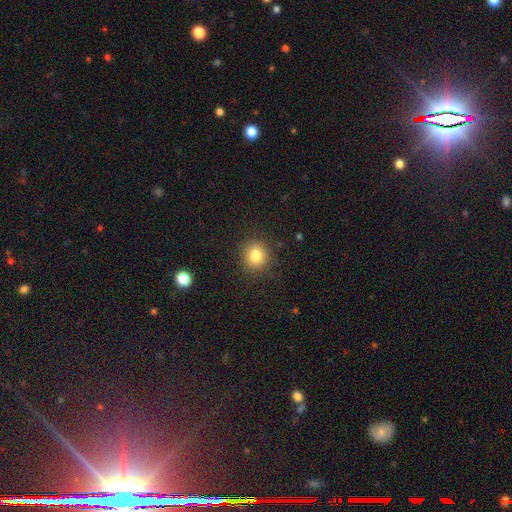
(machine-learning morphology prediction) The model was most divided on "smooth or featured": smooth: 82%, star or artifact: 11%, featured or disk: 7%. More confident: how rounded — round (89%); merging — none (89%).